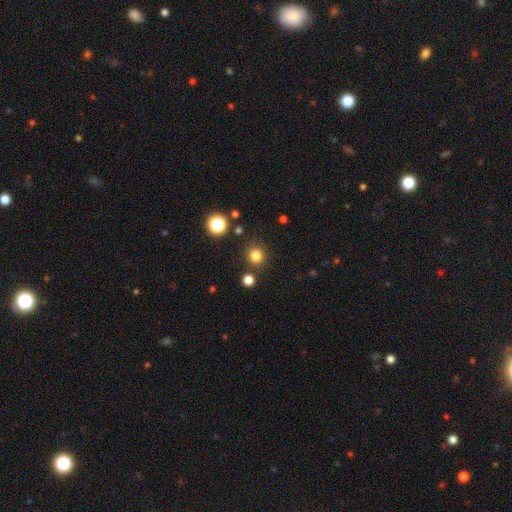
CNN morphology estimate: A smooth galaxy with no disk features (80%) that is round (90%). Merging: none (86%).